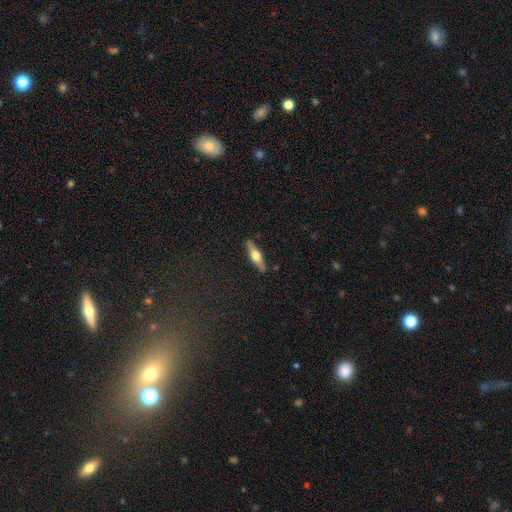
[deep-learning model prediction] Smooth or featured? Predicted: featured or disk (p=0.57). Edge-on disk? Predicted: yes (p=0.93). Edge-on bulge? Predicted: rounded (p=0.94). Merging? Predicted: none (p=0.88).